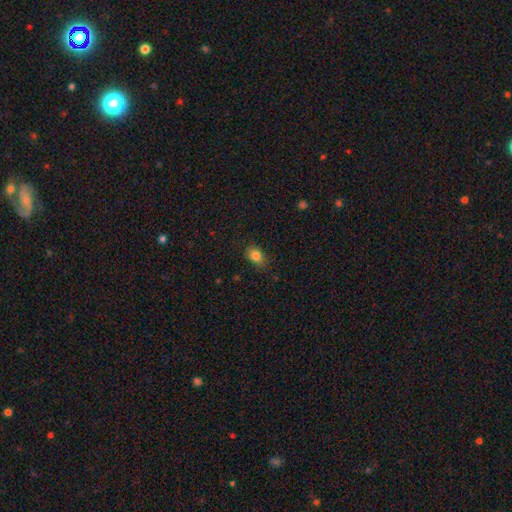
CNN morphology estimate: Smooth or featured? smooth (83%)
How rounded? in between (74%)
Merging? none (79%)